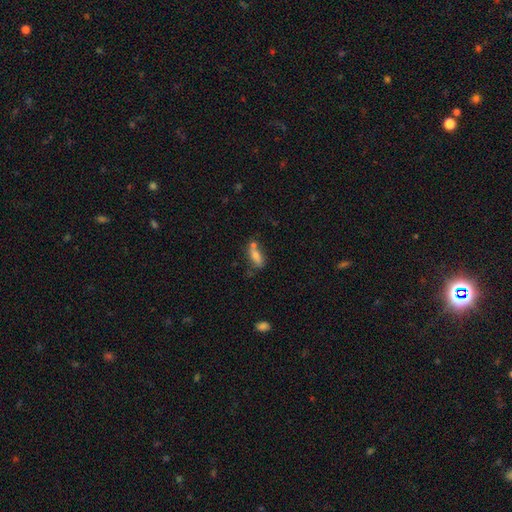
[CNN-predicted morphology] A smooth galaxy with no disk features (67%) that is in between round and cigar-shaped (63%). Merging: none (48%).